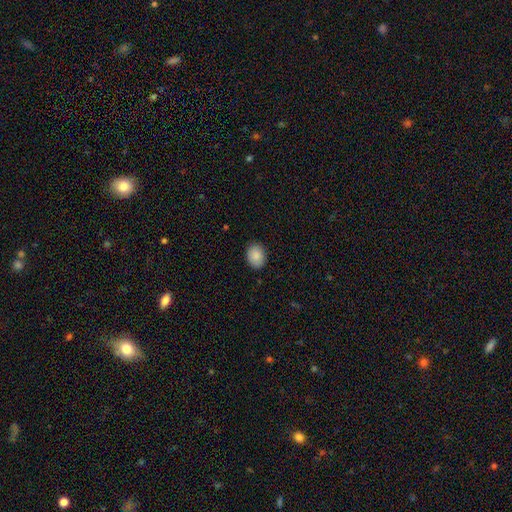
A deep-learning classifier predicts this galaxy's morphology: type=smooth (89%); roundness=in between (68%); merging=none (88%).